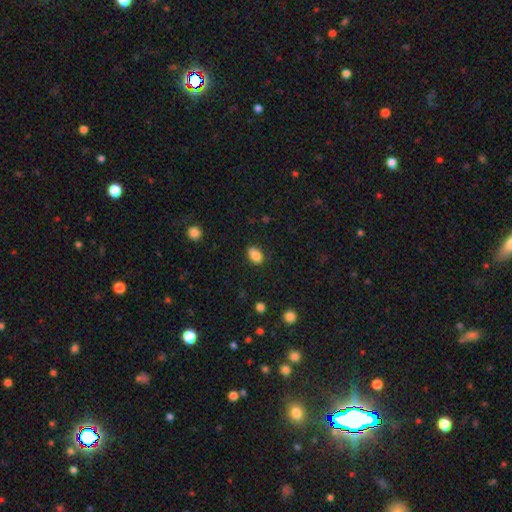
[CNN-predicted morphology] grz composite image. It shows a smooth galaxy with no disk features (85%) that is in between round and cigar-shaped (84%). Merging: none (79%).